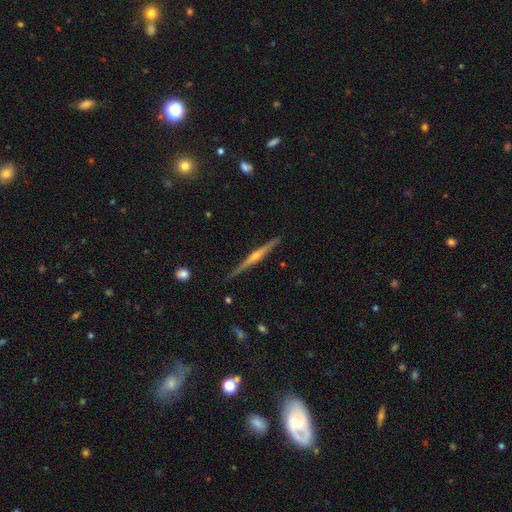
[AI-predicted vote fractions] smooth-or-featured: featured or disk: 83% | smooth: 11% | star or artifact: 6%
  disk-edge-on: yes: 98% | no: 2%
    edge-on-bulge: rounded: 87% | none: 8% | boxy: 5%
  merging: none: 90% | minor disturbance: 7% | major disturbance: 1% | merger: 1%